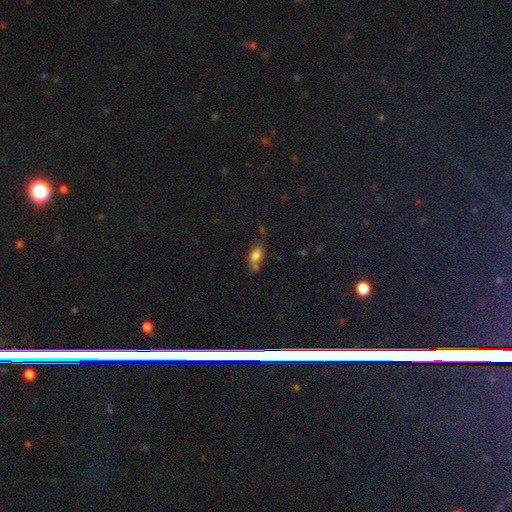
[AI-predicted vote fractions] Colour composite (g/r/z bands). It shows a smooth galaxy with no disk features (76%) that is in between round and cigar-shaped (82%). Merging: none (52%).